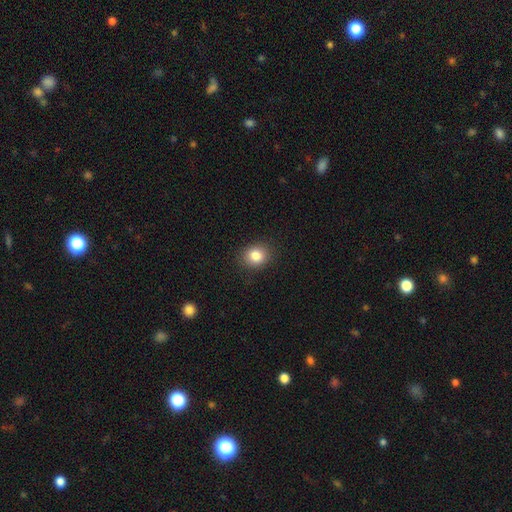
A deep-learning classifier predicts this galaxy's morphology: Smooth or featured? Predicted: smooth (p=0.83). How rounded? Predicted: round (p=0.67). Merging? Predicted: none (p=0.89).